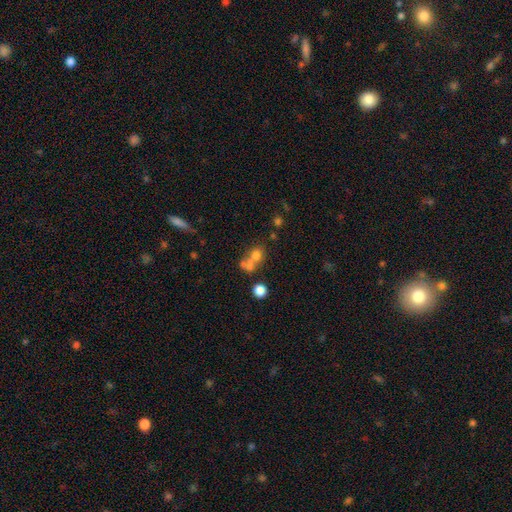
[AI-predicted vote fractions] smooth-or-featured: smooth: 64% | featured or disk: 19% | star or artifact: 17%
  how-rounded: round: 67% | in between: 31% | cigar-shaped: 2%
  merging: merger: 50% | none: 35% | minor disturbance: 8% | major disturbance: 7%